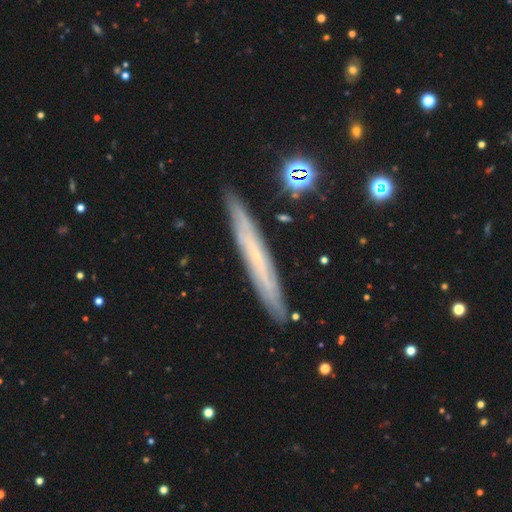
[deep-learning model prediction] Morphology: type=featured or disk (55%); edge-on=yes (85%); merging=none (89%).